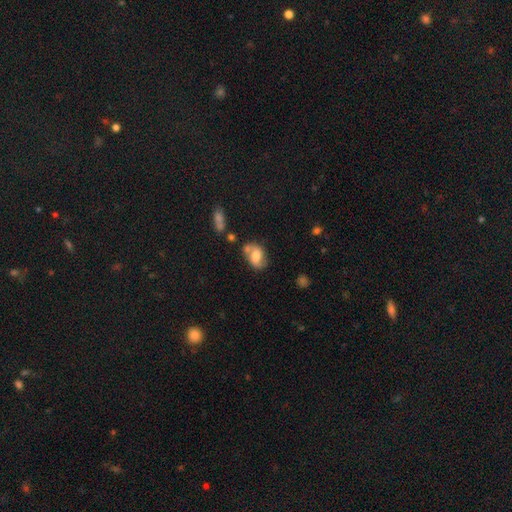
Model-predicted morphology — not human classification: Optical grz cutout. It shows a smooth galaxy with no disk features (48%). Merging: none (55%).